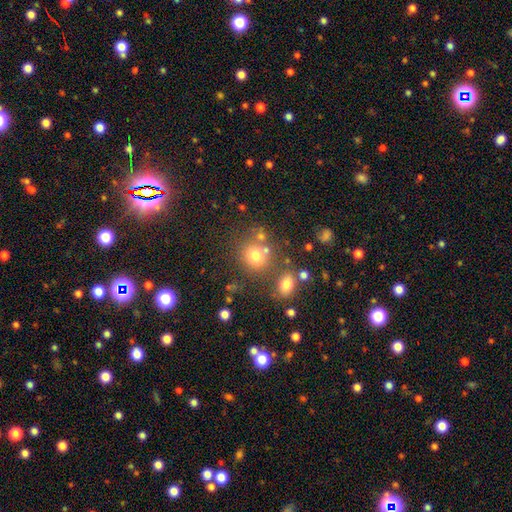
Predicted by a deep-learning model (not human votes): Morphology: type=smooth (73%); roundness=round (81%); merging=none (65%).